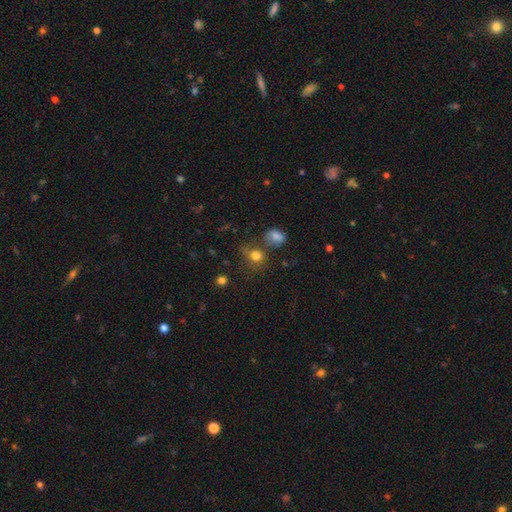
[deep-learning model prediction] smooth 77%, star or artifact 15%, featured or disk 8%. Down the decision tree: how rounded — round (74%); merging — none (55%).